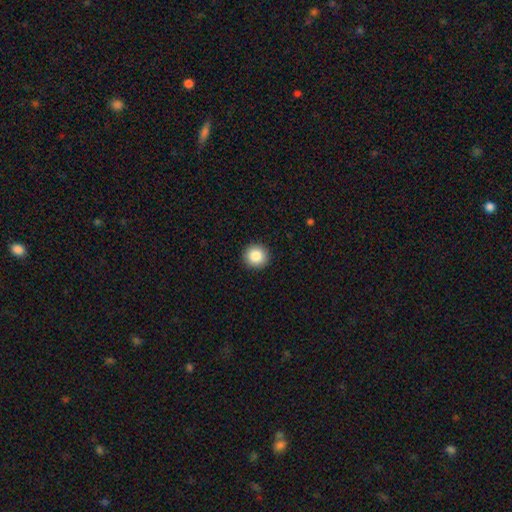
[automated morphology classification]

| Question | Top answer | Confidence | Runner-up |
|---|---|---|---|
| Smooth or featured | smooth | 86% | star or artifact (9%) |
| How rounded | round | 95% | in between (4%) |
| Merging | none | 93% | minor disturbance (4%) |